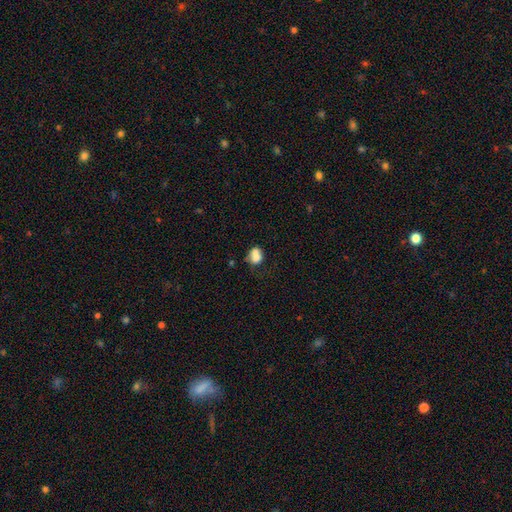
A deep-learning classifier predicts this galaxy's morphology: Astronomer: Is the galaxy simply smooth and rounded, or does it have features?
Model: smooth — 74%.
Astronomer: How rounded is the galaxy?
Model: in between — 54% (runner-up: round, 45%).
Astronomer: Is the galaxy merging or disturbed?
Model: none — 34%, tied with merger at 34%.